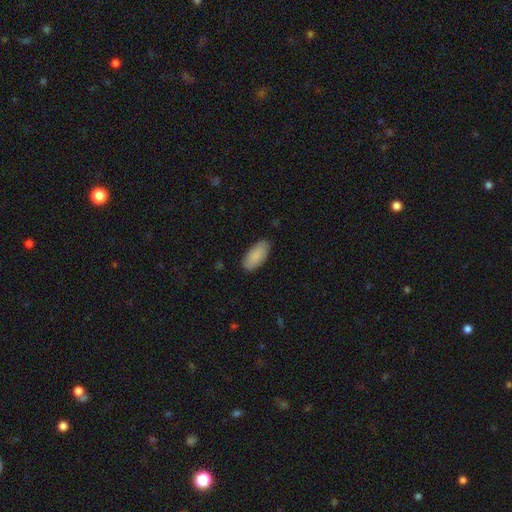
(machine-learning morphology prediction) This appears to be a smooth galaxy with no disk features (87%) that is in between round and cigar-shaped (92%). Merging: none (84%).